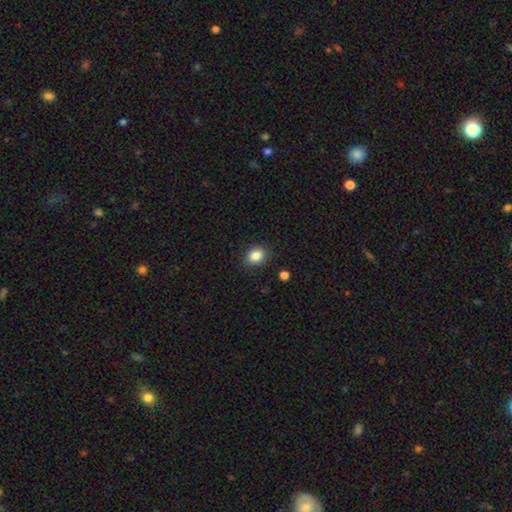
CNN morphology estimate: The model was most divided on "how rounded": round: 59%, in between: 40%, cigar-shaped: 1%. More confident: merging — none (88%); smooth or featured — smooth (86%).